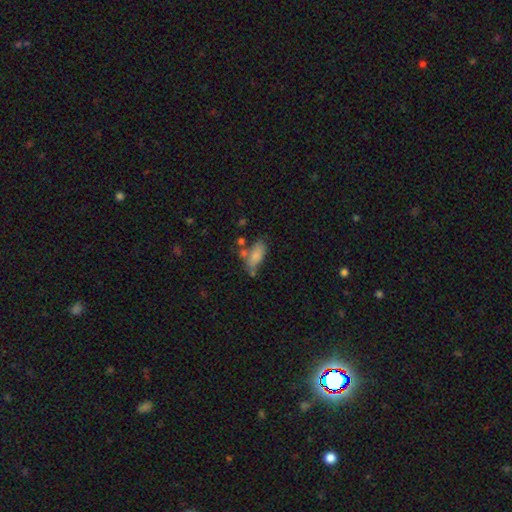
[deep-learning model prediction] A smooth galaxy with no disk features (77%) that is in between round and cigar-shaped (81%).

Vote fractions:
- Smooth or featured? smooth: 77% / featured or disk: 15% / star or artifact: 8%
- How rounded? in between: 81% / cigar-shaped: 16% / round: 3%
- Merging? none: 46% / minor disturbance: 24% / merger: 20% / major disturbance: 10%